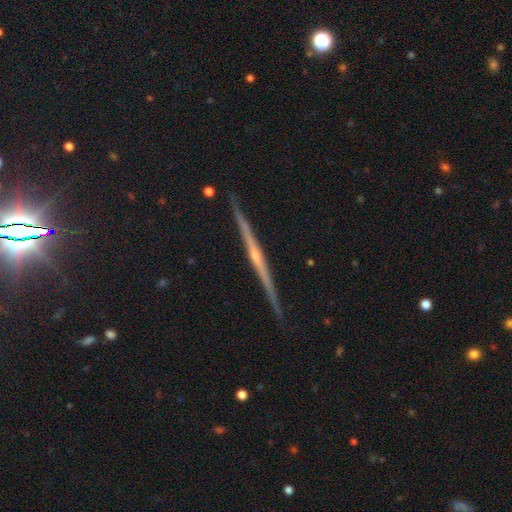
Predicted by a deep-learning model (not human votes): The model was most divided on "edge-on bulge": rounded: 63%, none: 29%, boxy: 9%. More confident: edge-on disk — yes (98%); merging — none (91%); smooth or featured — featured or disk (80%).